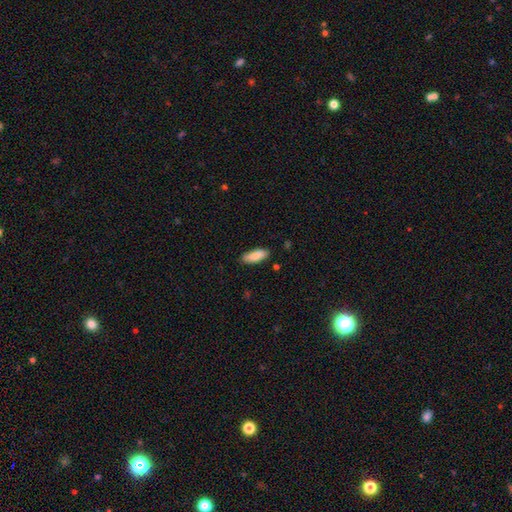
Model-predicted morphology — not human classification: Smooth or featured? Predicted: smooth (p=0.86). How rounded? Predicted: in between (p=0.67). Merging? Predicted: none (p=0.85).